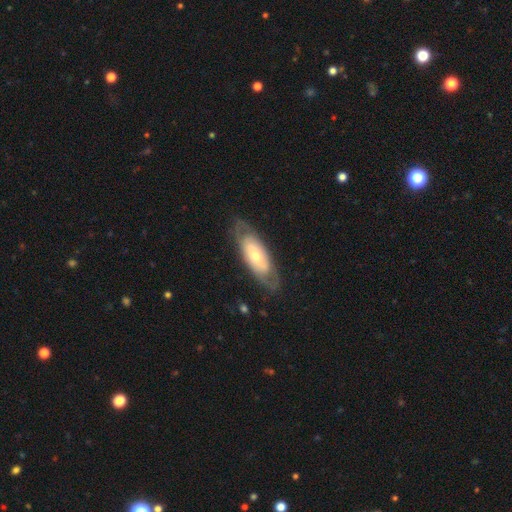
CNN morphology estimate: A featured or disk galaxy (58%). Merging: none (73%).